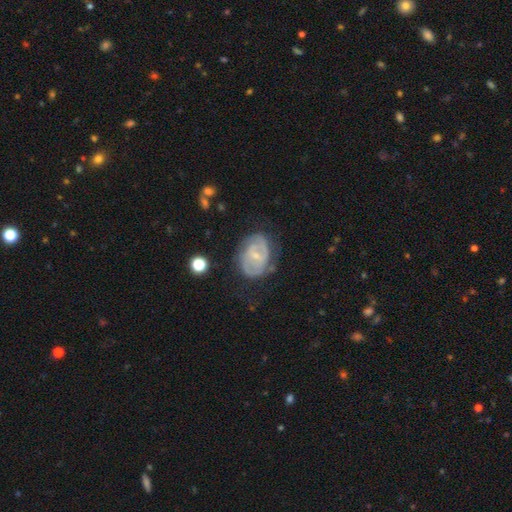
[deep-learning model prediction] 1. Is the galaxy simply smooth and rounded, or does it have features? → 74% featured or disk, 20% smooth, 6% star or artifact.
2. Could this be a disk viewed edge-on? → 97% no, 3% yes.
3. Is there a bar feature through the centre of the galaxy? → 49% weak, 32% no, 19% strong.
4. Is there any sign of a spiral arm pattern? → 79% yes, 21% no.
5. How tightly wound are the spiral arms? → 48% tight, 38% medium, 14% loose.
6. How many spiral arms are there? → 59% 2, 28% can't tell, 6% 3, 4% 1, 2% 4, 2% more than 4.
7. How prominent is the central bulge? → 69% small, 25% moderate, 4% none, 1% large, 1% dominant.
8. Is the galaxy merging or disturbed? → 65% none, 22% minor disturbance, 11% major disturbance, 2% merger.